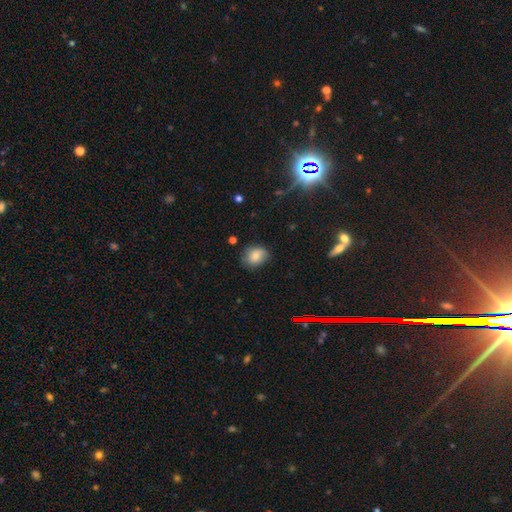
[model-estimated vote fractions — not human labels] Smooth or featured: smooth — 81% (featured or disk — 10%)
How rounded: round — 54% (in between — 45%)
Merging: none — 73% (minor disturbance — 21%)